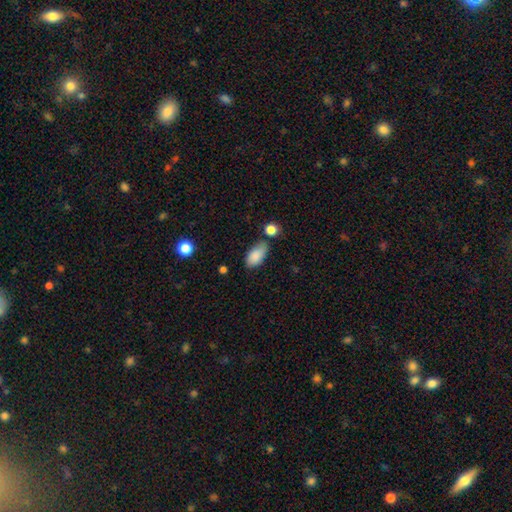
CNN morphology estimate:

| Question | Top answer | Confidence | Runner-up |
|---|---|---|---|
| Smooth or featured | smooth | 86% | star or artifact (8%) |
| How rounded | in between | 92% | round (4%) |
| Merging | none | 63% | minor disturbance (24%) |